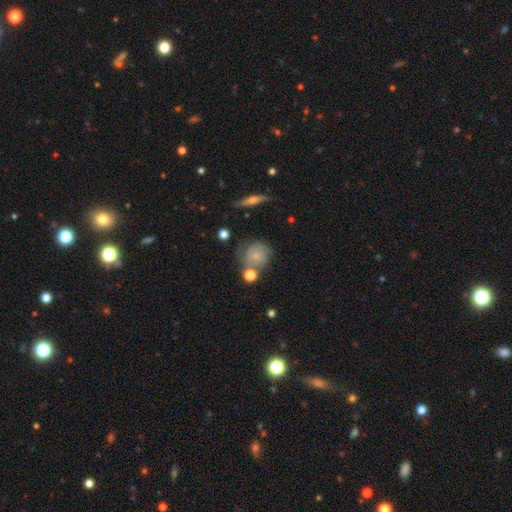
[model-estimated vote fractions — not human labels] Smooth or featured? smooth (54%)
How rounded? round (82%)
Merging? none (56%)